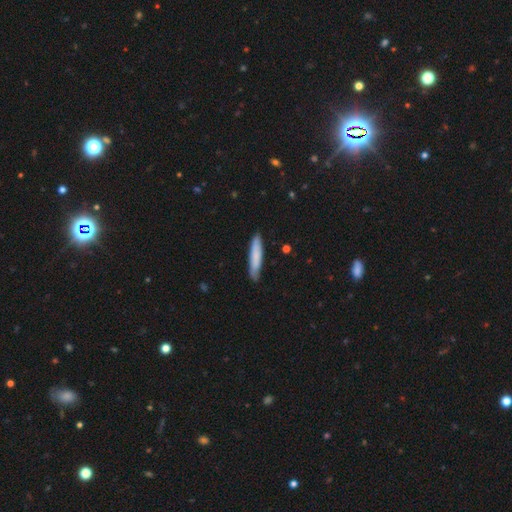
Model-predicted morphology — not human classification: smooth 78%, featured or disk 17%, star or artifact 5%. Down the decision tree: how rounded — cigar-shaped (90%); merging — none (84%).